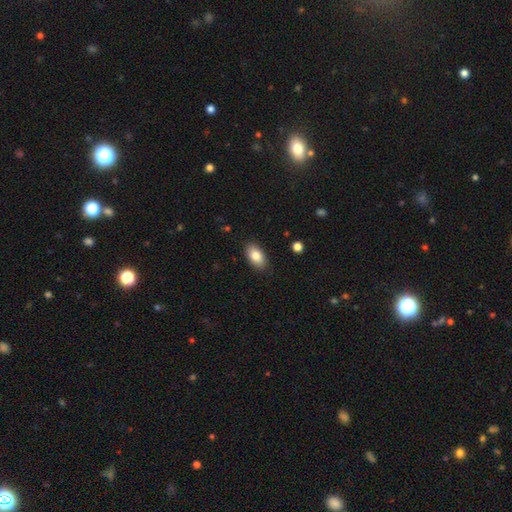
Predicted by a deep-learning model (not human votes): This appears to be a smooth galaxy with no disk features (84%) that is in between round and cigar-shaped (92%). Merging: none (88%).